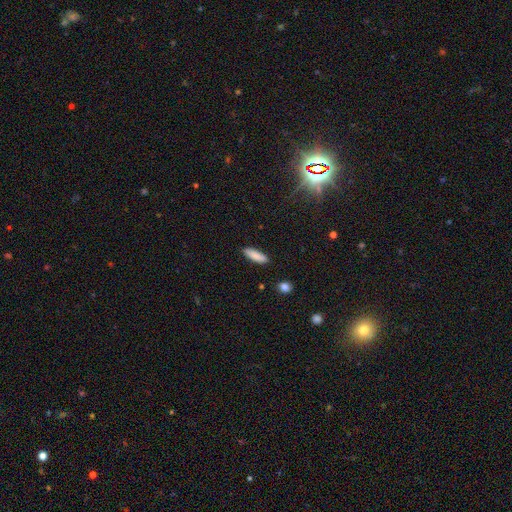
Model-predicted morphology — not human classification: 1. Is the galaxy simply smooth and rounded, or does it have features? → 86% smooth, 7% featured or disk, 7% star or artifact.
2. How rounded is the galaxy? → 56% cigar-shaped, 43% in between, 2% round.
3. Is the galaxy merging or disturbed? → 88% none, 9% minor disturbance, 2% major disturbance, 1% merger.